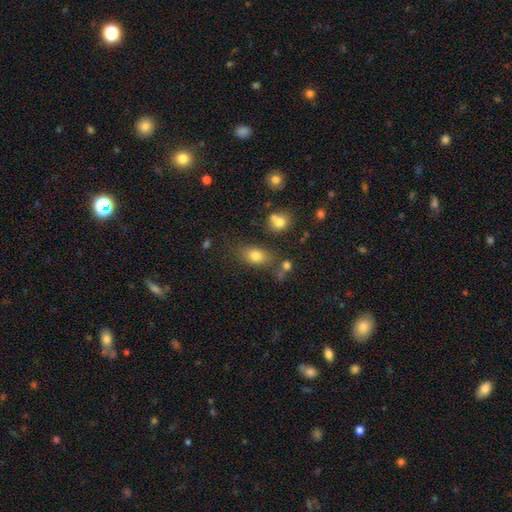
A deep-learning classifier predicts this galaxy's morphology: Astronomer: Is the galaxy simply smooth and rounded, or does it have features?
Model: smooth — 78%.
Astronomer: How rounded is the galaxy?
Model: in between — 79%.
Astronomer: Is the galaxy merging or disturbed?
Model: none — 68%.